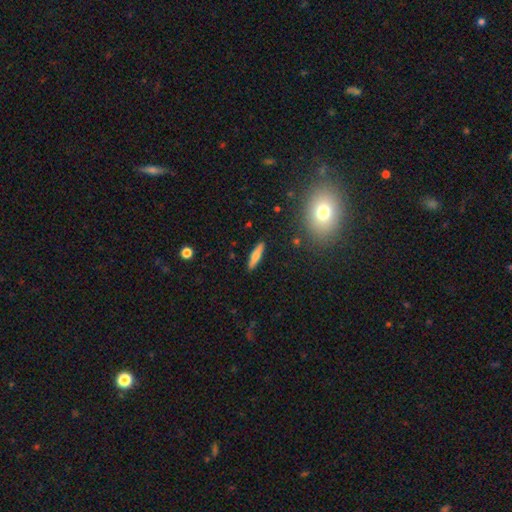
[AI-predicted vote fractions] Smooth or featured?
  - smooth: 60% *
  - featured or disk: 32%
  - star or artifact: 7%
How rounded?
  - cigar-shaped: 76% *
  - in between: 22%
  - round: 2%
Merging?
  - none: 89% *
  - minor disturbance: 8%
  - major disturbance: 2%
  - merger: 2%